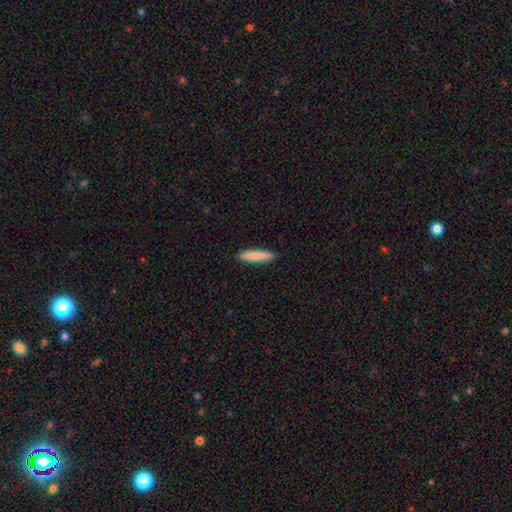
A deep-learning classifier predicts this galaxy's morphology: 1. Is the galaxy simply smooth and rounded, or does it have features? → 85% smooth, 10% featured or disk, 6% star or artifact.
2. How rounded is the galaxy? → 87% cigar-shaped, 11% in between, 1% round.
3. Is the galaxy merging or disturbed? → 91% none, 7% minor disturbance, 1% major disturbance, 1% merger.